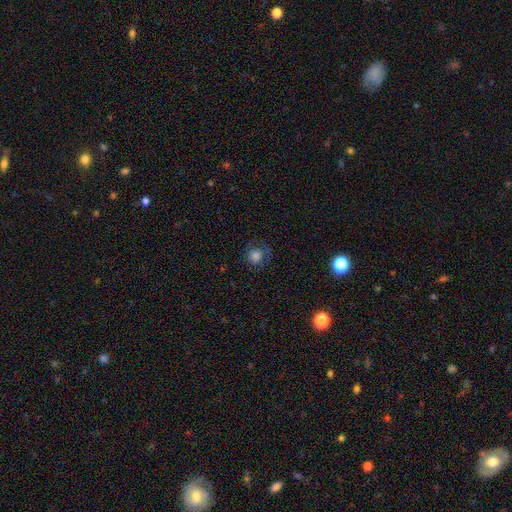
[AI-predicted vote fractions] Overall: smooth (75%). How rounded: round (88%). Merging: none (69%).